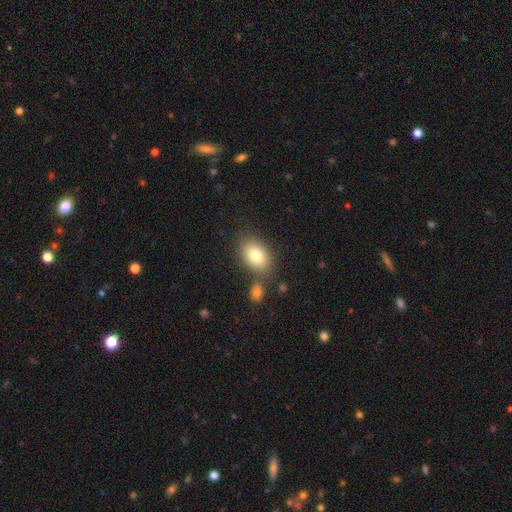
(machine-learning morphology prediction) smooth-or-featured: smooth: 80% | featured or disk: 12% | star or artifact: 9%
  how-rounded: in between: 84% | round: 15% | cigar-shaped: 1%
  merging: none: 74% | minor disturbance: 12% | merger: 10% | major disturbance: 4%